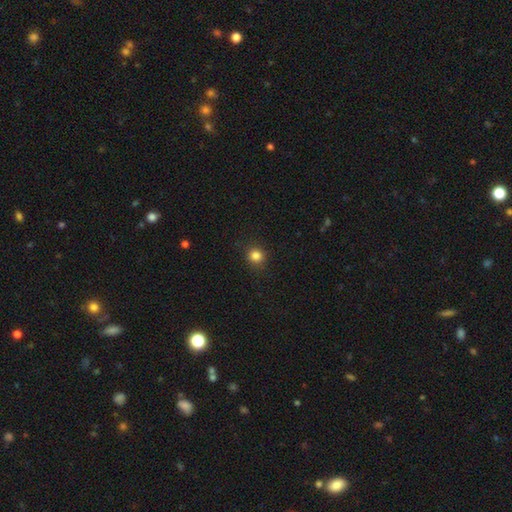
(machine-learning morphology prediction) This appears to be a smooth galaxy with no disk features (83%) that is round (86%). Merging: none (88%).